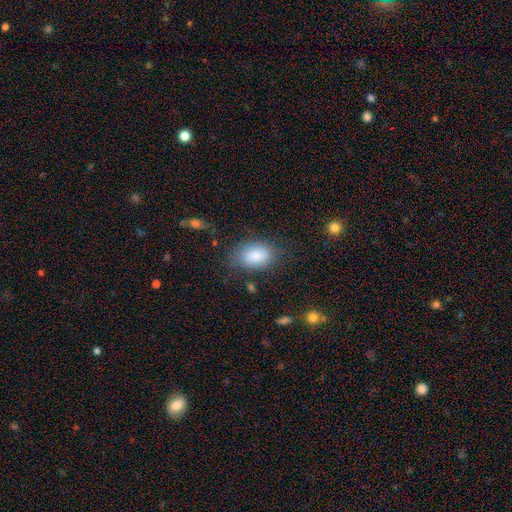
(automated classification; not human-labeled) This is clearly a smooth galaxy (83%). How rounded: clearly in between (85%). Merging: likely none (73%).